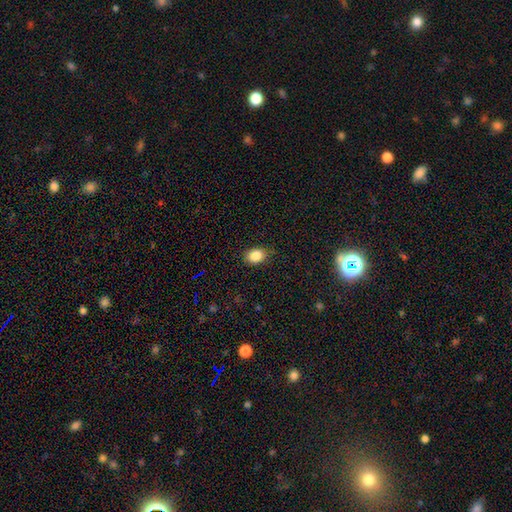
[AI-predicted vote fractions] The model was most divided on "how rounded": in between: 66%, round: 33%, cigar-shaped: 1%. More confident: smooth or featured — smooth (86%); merging — none (84%).